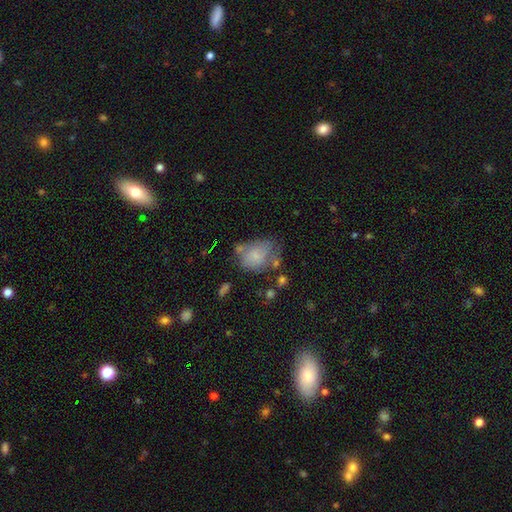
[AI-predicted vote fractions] smooth-or-featured: smooth: 65% | featured or disk: 24% | star or artifact: 10%
  how-rounded: in between: 62% | round: 37% | cigar-shaped: 1%
  merging: none: 37% | minor disturbance: 29% | major disturbance: 21% | merger: 13%